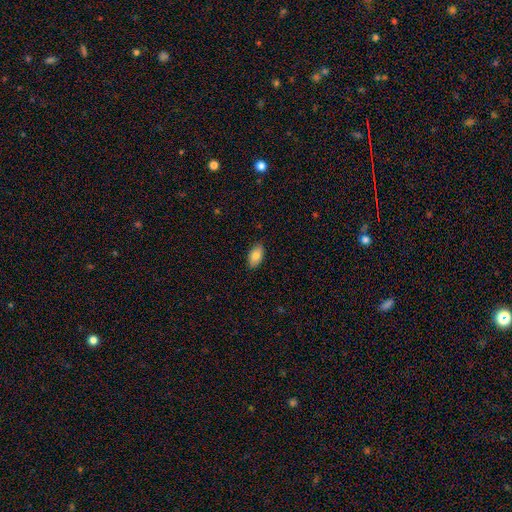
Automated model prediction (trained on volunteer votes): Morphology: type=smooth (81%); roundness=in between (94%); merging=none (87%).